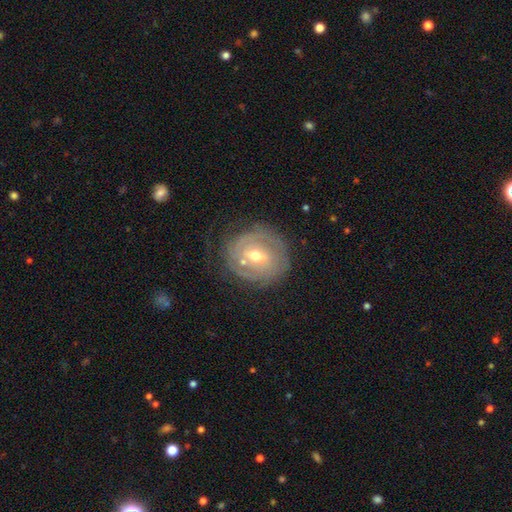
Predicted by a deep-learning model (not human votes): The model was most divided on "bar": weak: 47%, no: 36%, strong: 17%. Remaining: edge-on disk — no (96%); spiral arms — yes (77%); smooth or featured — featured or disk (74%); spiral winding — tight (69%); merging — none (67%); bulge size — moderate (66%); spiral arm count — can't tell (45%).